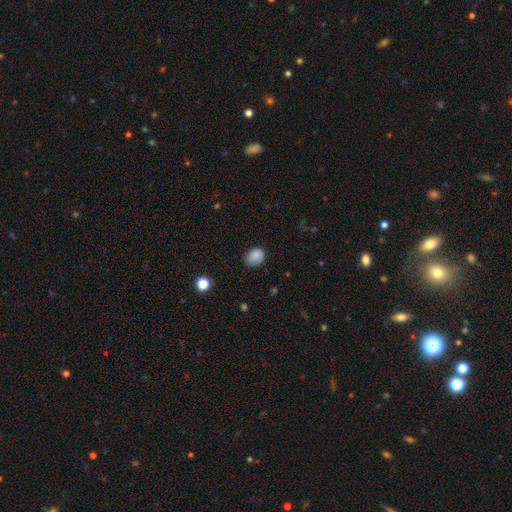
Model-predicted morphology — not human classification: type=smooth (86%); roundness=in between (53%); merging=none (75%).